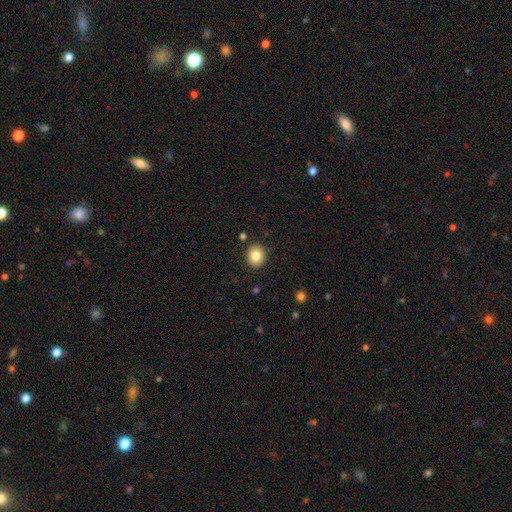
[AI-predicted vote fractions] Smooth or featured? Predicted: smooth (p=0.83). How rounded? Predicted: round (p=0.66). Merging? Predicted: none (p=0.89).